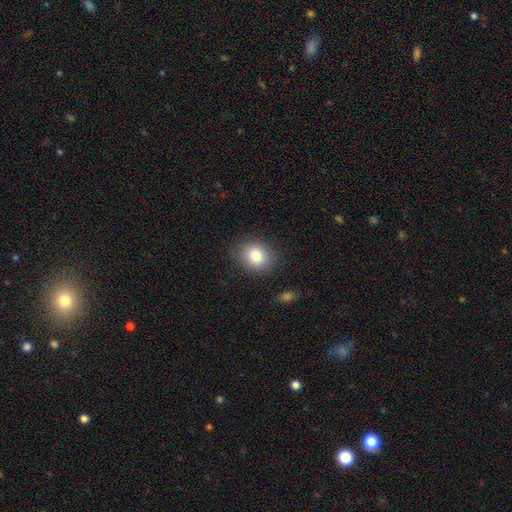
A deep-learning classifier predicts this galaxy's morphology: Overall: smooth (82%). How rounded: round (64%; in between 35%). Merging: none (85%).